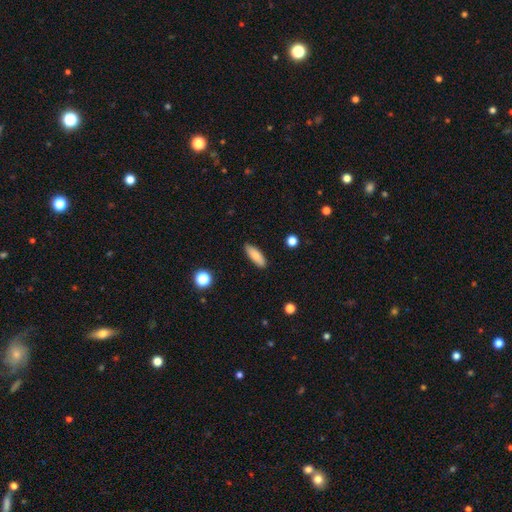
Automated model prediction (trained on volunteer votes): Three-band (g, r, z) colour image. It shows a smooth galaxy with no disk features (84%) that is in between round and cigar-shaped (58%). Merging: none (88%).